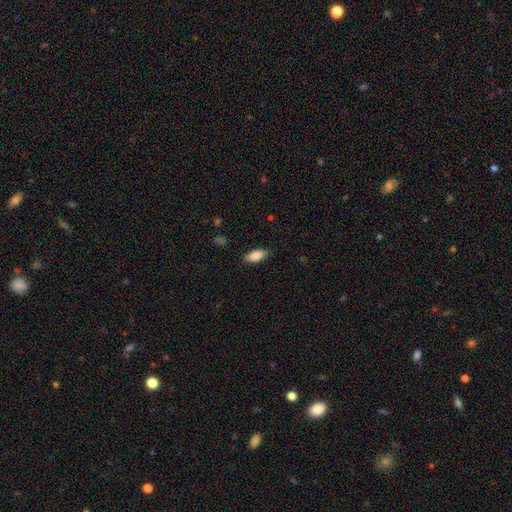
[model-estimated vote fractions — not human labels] Smooth or featured? Predicted: smooth (p=0.84). How rounded? Predicted: in between (p=0.82). Merging? Predicted: none (p=0.85).